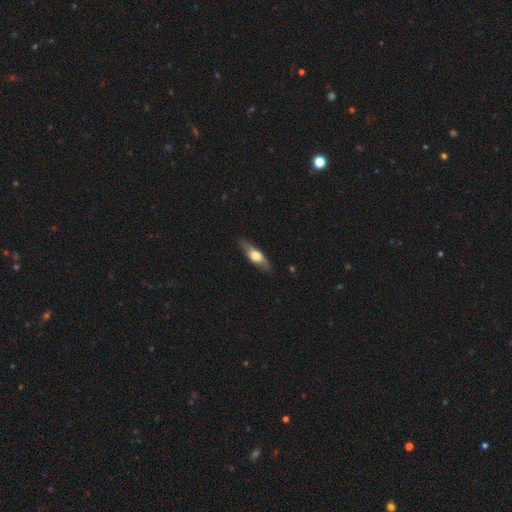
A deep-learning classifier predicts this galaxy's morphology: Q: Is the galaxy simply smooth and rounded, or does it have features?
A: featured or disk — 49%.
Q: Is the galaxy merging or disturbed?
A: none — 83%.